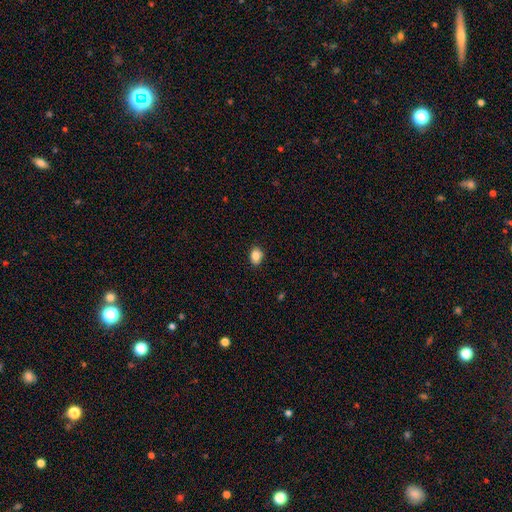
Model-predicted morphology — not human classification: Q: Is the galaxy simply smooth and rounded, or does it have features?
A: smooth — 86%.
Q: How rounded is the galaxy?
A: in between — 62%.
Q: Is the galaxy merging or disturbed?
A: none — 86%.